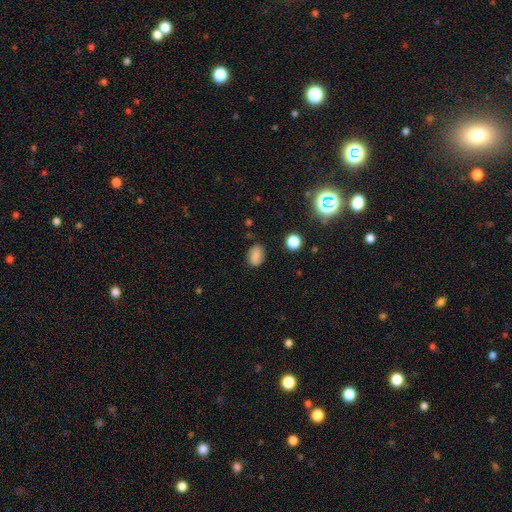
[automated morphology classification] This is likely a smooth galaxy (68%). How rounded: likely in between (69%). Merging: likely none (78%).